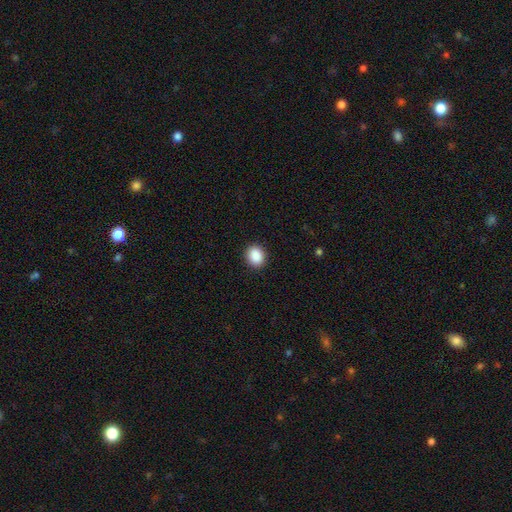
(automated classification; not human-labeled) The model was most divided on "how rounded": round: 65%, in between: 35%, cigar-shaped: 1%. More confident: merging — none (91%); smooth or featured — smooth (89%).